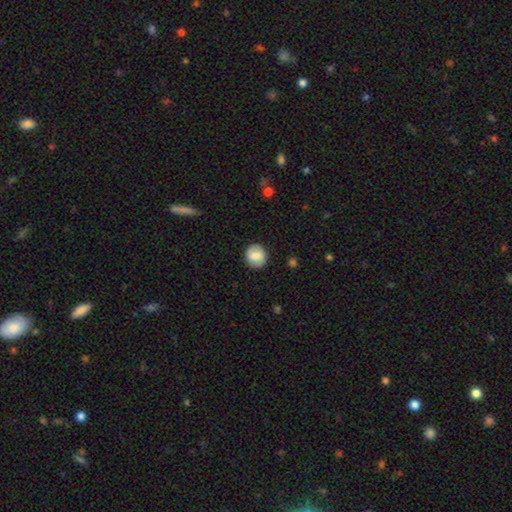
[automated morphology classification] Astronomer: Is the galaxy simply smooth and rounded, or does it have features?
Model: smooth — 60%.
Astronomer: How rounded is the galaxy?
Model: round — 84%.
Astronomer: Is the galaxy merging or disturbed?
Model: none — 87%.